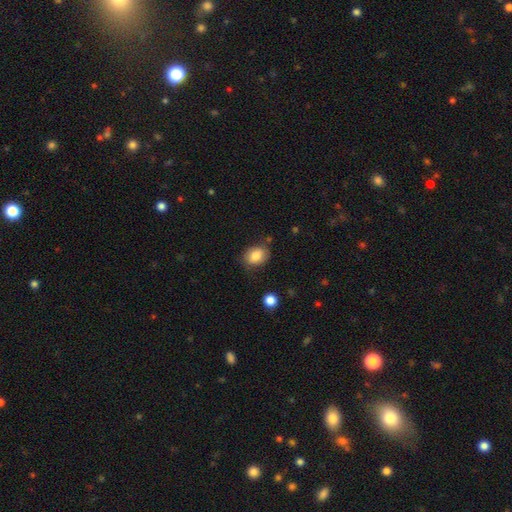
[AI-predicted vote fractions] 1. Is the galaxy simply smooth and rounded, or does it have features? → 84% smooth, 8% star or artifact, 8% featured or disk.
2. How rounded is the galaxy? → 63% in between, 36% round, 1% cigar-shaped.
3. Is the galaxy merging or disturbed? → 76% none, 17% minor disturbance, 4% major disturbance, 3% merger.